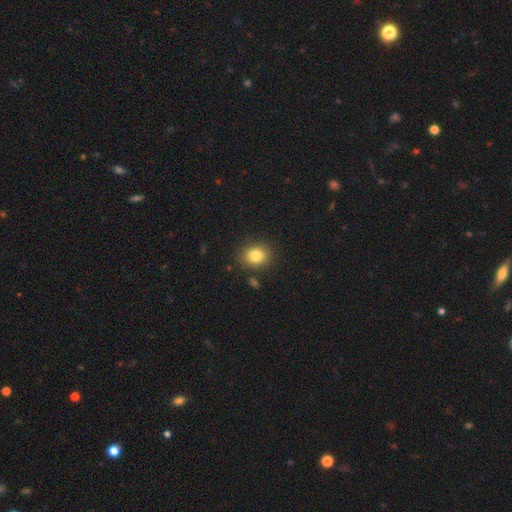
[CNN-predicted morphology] Smooth or featured?
  - smooth: 82% *
  - star or artifact: 10%
  - featured or disk: 8%
How rounded?
  - round: 64% *
  - in between: 35%
  - cigar-shaped: 1%
Merging?
  - none: 85% *
  - minor disturbance: 10%
  - major disturbance: 3%
  - merger: 3%